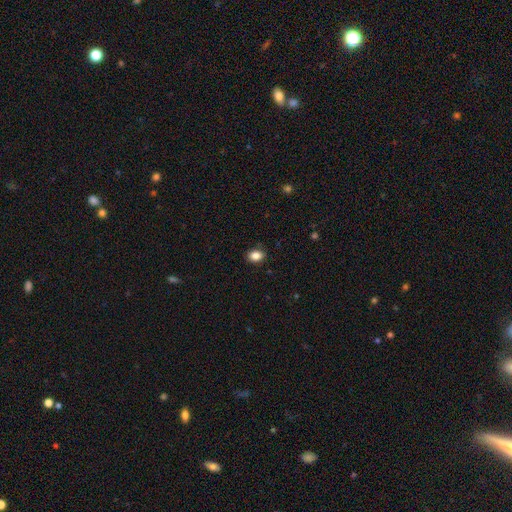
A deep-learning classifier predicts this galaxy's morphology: Smooth or featured: smooth — 86% (star or artifact — 10%)
How rounded: in between — 65% (round — 34%)
Merging: none — 87% (minor disturbance — 10%)